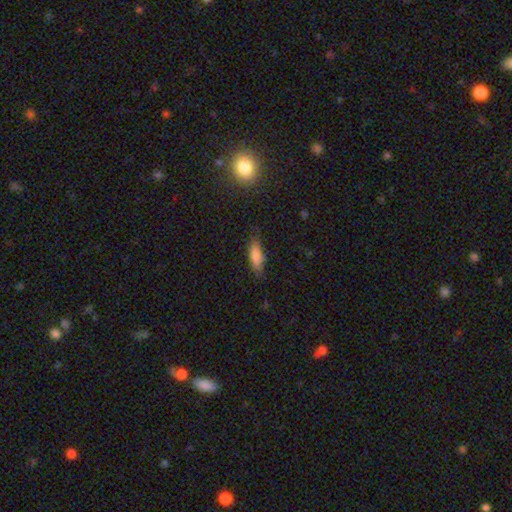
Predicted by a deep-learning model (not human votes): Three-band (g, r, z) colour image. It shows a smooth galaxy with no disk features (80%) that is in between round and cigar-shaped (56%). Merging: none (78%).